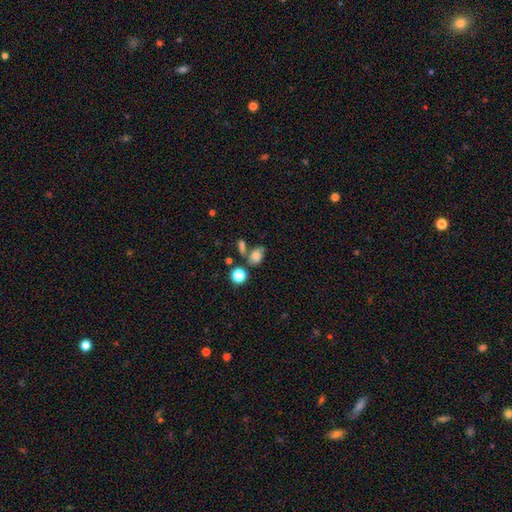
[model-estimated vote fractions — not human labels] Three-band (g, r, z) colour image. It shows a smooth galaxy with no disk features (75%) that is in between round and cigar-shaped (75%). Merging: none (53%).